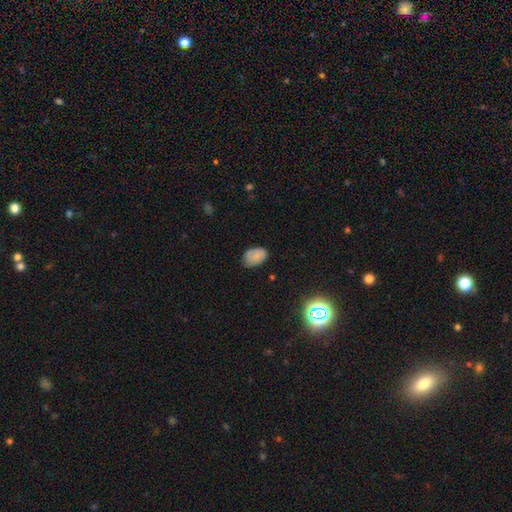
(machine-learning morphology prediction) Overall: smooth (77%). How rounded: in between (85%). Merging: none (66%; minor disturbance 27%).